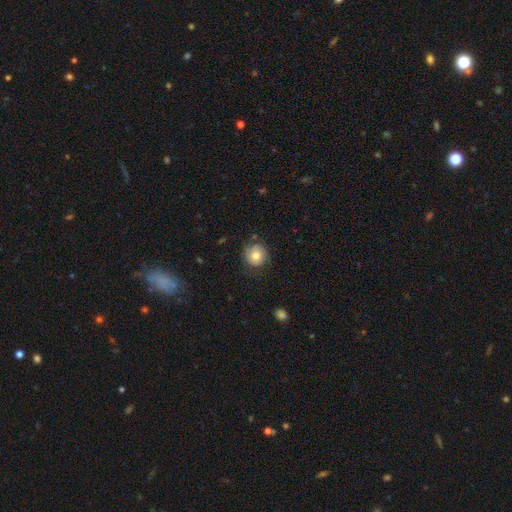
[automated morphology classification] A smooth galaxy with no disk features (75%) that is round (90%). Merging: none (75%).